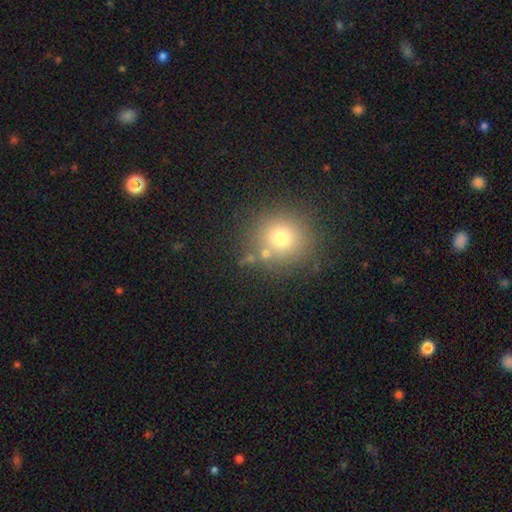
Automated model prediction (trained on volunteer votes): Smooth or featured: smooth — 70% (star or artifact — 20%)
How rounded: round — 91% (in between — 8%)
Merging: none — 79% (minor disturbance — 9%)